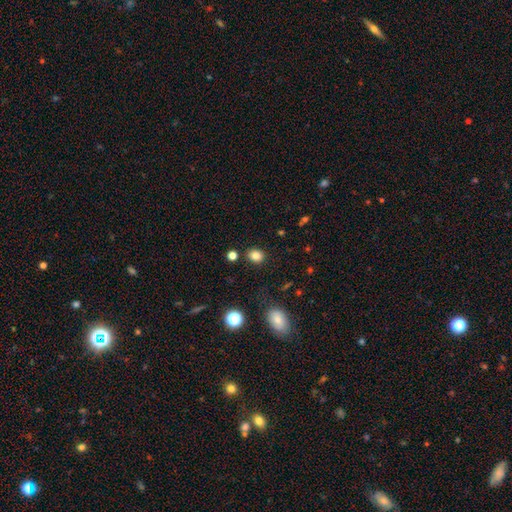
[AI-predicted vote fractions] Overall: smooth (82%). How rounded: round (55%; in between 44%). Merging: none (85%).